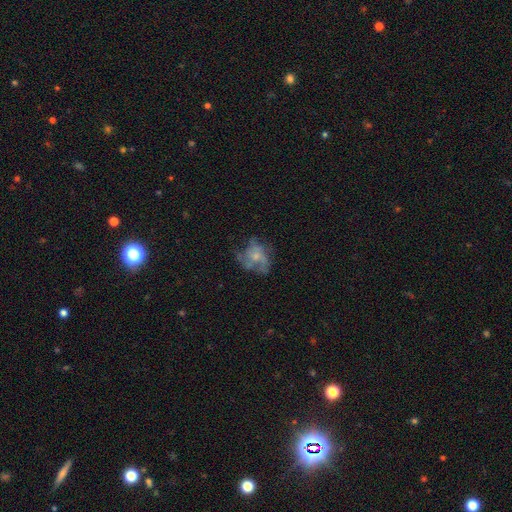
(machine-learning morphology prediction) Q: Smooth or featured?
A: featured or disk (62%); runner-up: smooth (28%)
Q: Edge-on disk?
A: no (98%); runner-up: yes (2%)
Q: Bar?
A: no (82%); runner-up: weak (16%)
Q: Spiral arms?
A: yes (64%); runner-up: no (36%)
Q: Bulge size?
A: small (48%); runner-up: moderate (36%)
Q: Merging?
A: none (49%); runner-up: major disturbance (25%)